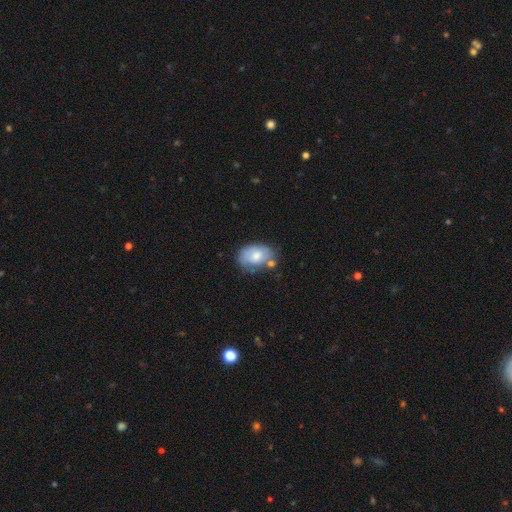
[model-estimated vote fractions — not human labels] Smooth or featured: smooth — 60% (featured or disk — 33%)
How rounded: in between — 84% (round — 15%)
Merging: none — 53% (minor disturbance — 27%)